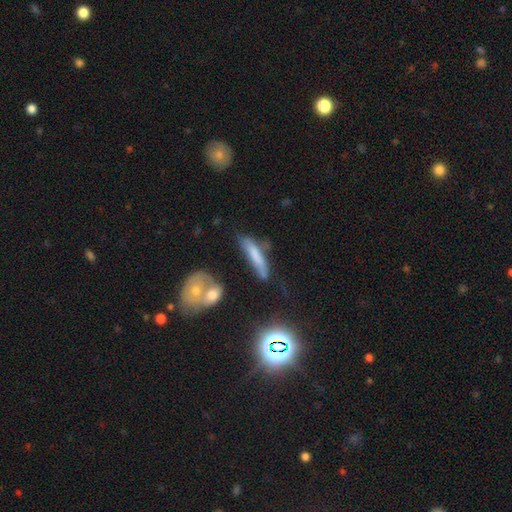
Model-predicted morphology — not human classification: smooth 66%, featured or disk 24%, star or artifact 10%. Down the decision tree: how rounded — cigar-shaped (84%); merging — none (53%).